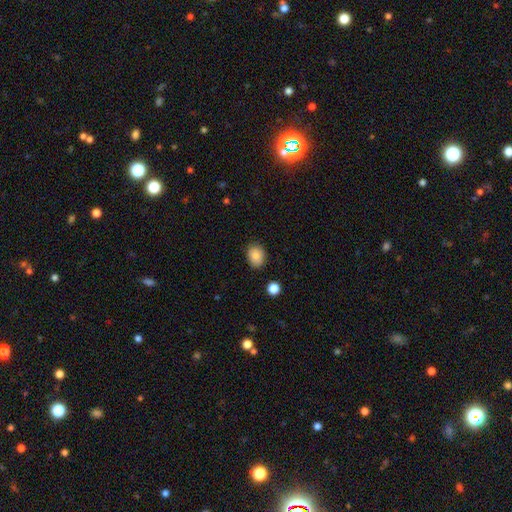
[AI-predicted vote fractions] The model was most divided on "how rounded": in between: 63%, round: 36%, cigar-shaped: 1%. More confident: smooth or featured — smooth (86%); merging — none (85%).